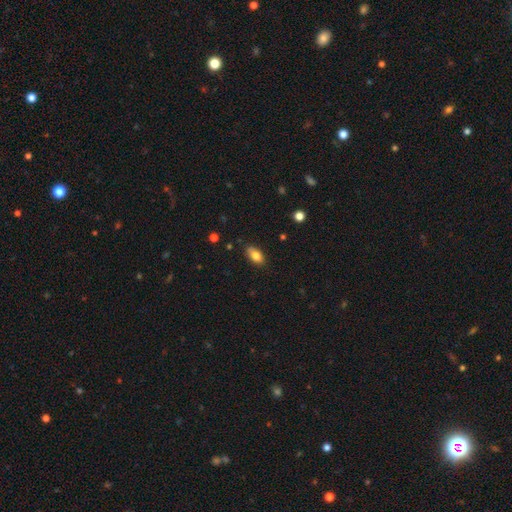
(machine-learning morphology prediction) Smooth or featured? smooth (81%)
How rounded? in between (90%)
Merging? none (80%)